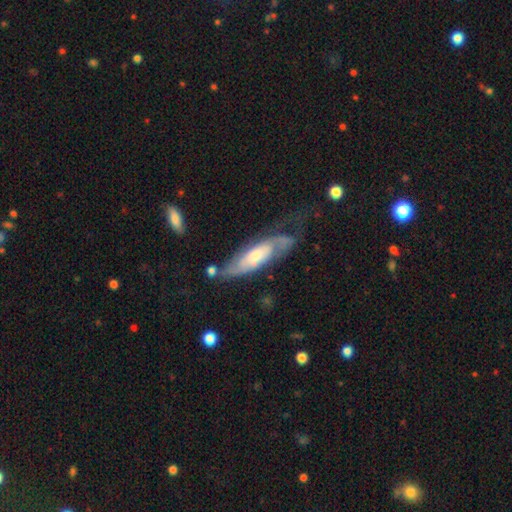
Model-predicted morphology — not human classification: smooth-or-featured: featured or disk: 65% | smooth: 29% | star or artifact: 5%
  disk-edge-on: no: 75% | yes: 25%
  merging: none: 45% | minor disturbance: 28% | major disturbance: 22% | merger: 5%